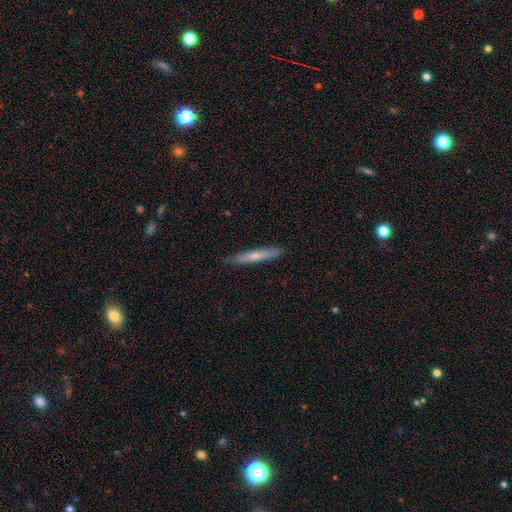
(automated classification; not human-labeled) smooth-or-featured: smooth: 61% | featured or disk: 33% | star or artifact: 6%
  how-rounded: cigar-shaped: 94% | in between: 5% | round: 1%
  merging: none: 88% | minor disturbance: 10% | major disturbance: 2% | merger: 1%